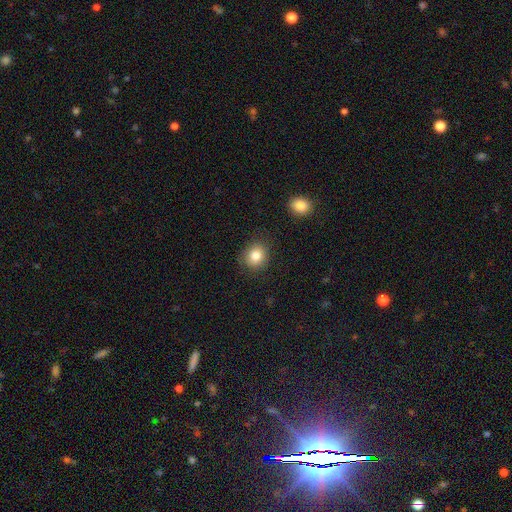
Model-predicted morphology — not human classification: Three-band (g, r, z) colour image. It shows a smooth galaxy with no disk features (84%) that is round (78%). Merging: none (84%).